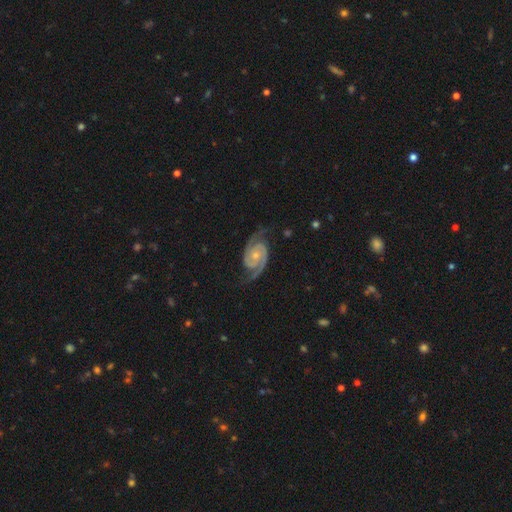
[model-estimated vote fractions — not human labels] Morphology: type=featured or disk (93%); edge-on=no (98%); bar=no (72%); spiral arms=yes (99%); winding=medium (45%, tied with tight); arm count=2 (93%); bulge=small (63%); merging=none (79%).